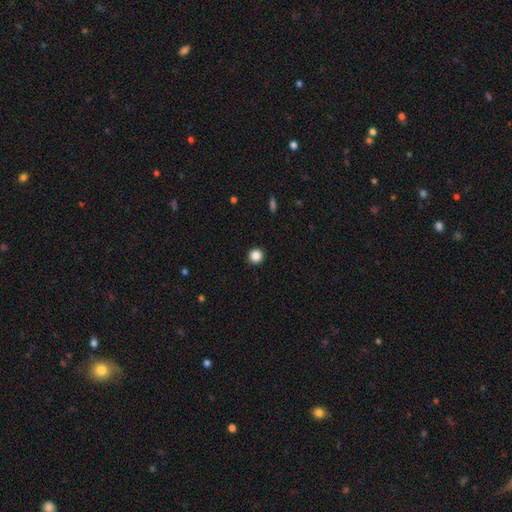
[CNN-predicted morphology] Smooth or featured? Predicted: smooth (p=0.86). How rounded? Predicted: round (p=0.95). Merging? Predicted: none (p=0.93).